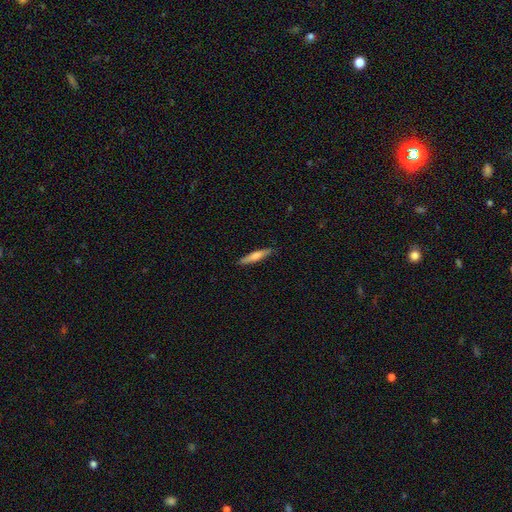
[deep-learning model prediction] Smooth or featured? smooth (67%)
How rounded? cigar-shaped (89%)
Merging? none (87%)